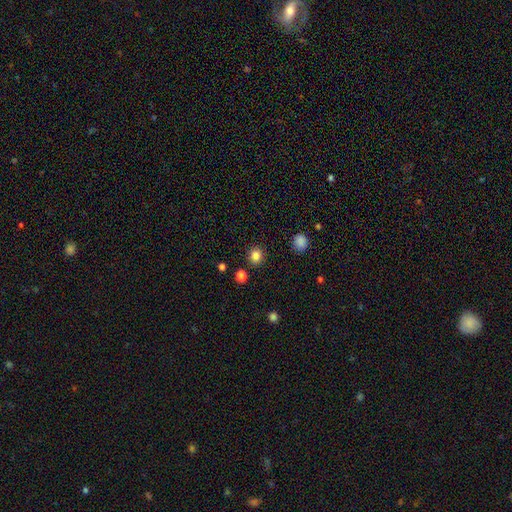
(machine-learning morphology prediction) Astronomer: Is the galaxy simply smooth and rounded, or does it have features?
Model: smooth — 84%.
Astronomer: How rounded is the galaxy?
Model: round — 82%.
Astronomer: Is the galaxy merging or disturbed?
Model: none — 89%.